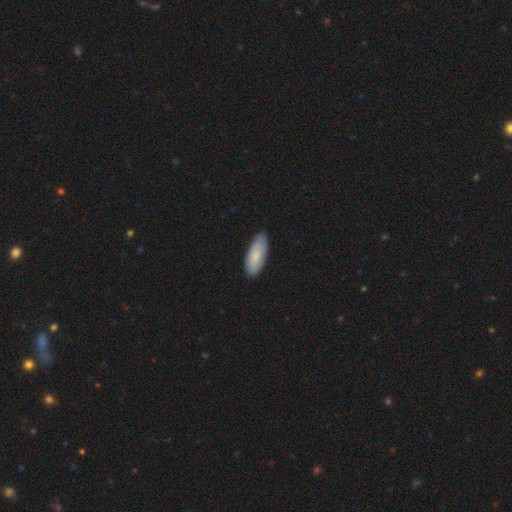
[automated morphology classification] Smooth or featured? smooth (83%)
How rounded? in between (76%)
Merging? none (84%)